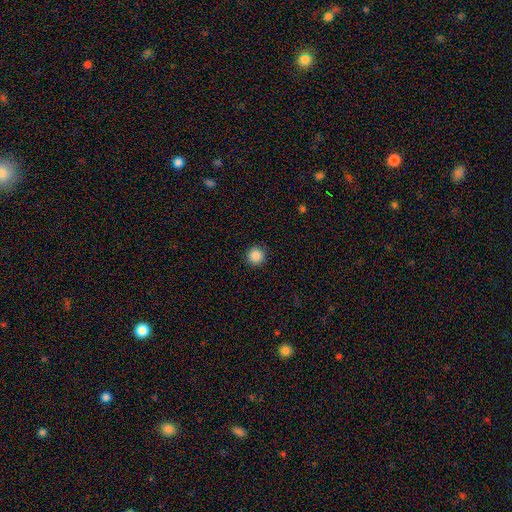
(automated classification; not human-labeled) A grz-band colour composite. It shows a smooth galaxy with no disk features (87%) that is round (95%). Merging: none (92%).